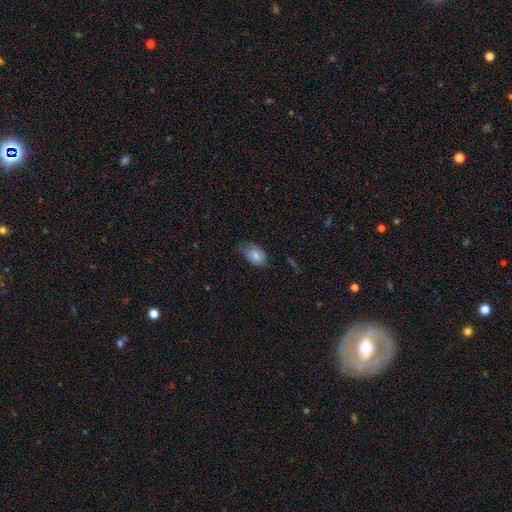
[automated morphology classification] Overall: smooth (80%). How rounded: in between (89%). Merging: none (64%; minor disturbance 29%).